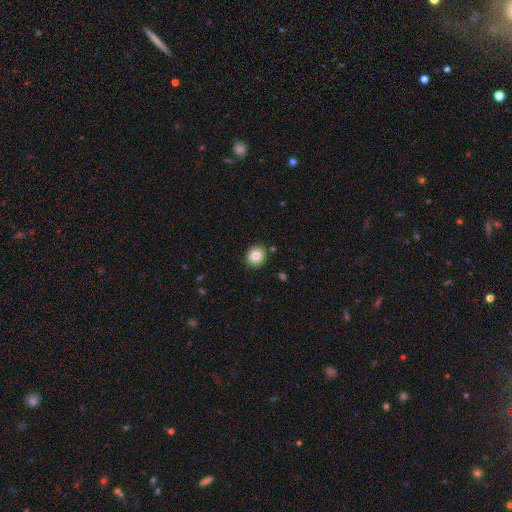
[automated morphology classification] A smooth galaxy with no disk features (82%) that is round (88%).

Vote fractions:
- Smooth or featured? smooth: 82% / star or artifact: 10% / featured or disk: 9%
- How rounded? round: 88% / in between: 12% / cigar-shaped: 1%
- Merging? none: 90% / minor disturbance: 6% / major disturbance: 2% / merger: 2%